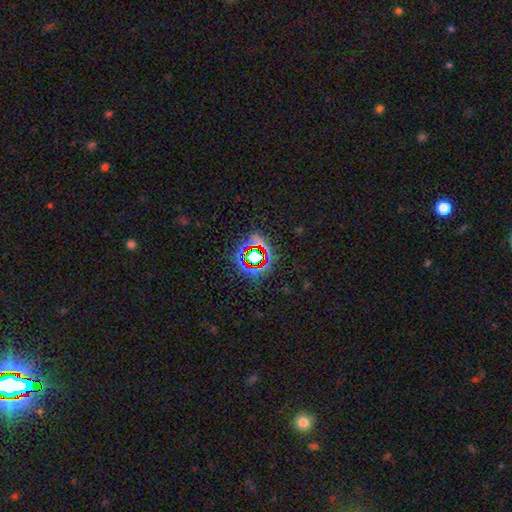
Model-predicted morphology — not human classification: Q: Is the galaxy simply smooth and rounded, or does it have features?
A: star or artifact — 73%.